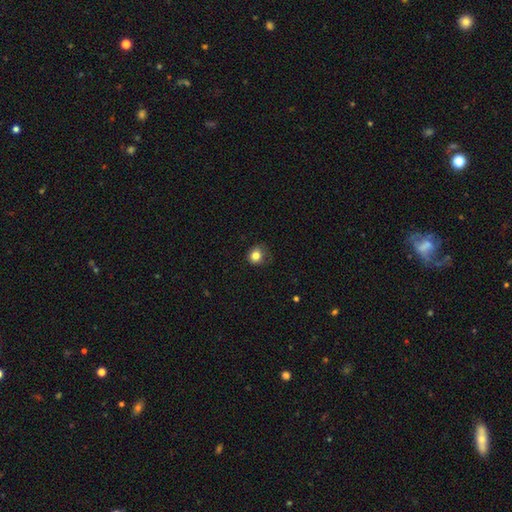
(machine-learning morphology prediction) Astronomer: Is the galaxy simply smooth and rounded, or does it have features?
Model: smooth — 82%.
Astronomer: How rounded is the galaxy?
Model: round — 79%.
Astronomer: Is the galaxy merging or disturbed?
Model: none — 68%.